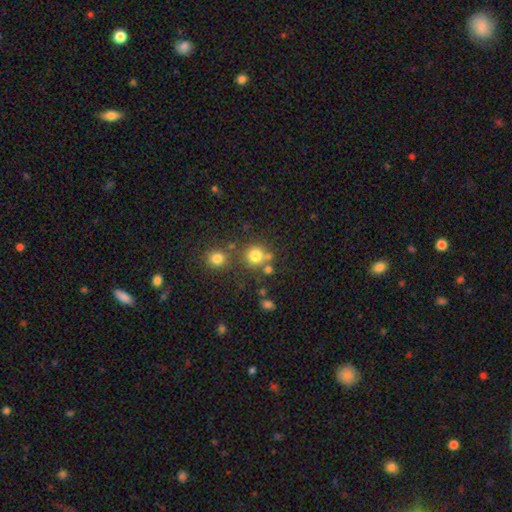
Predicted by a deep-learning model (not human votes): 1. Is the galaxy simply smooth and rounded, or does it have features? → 77% smooth, 14% star or artifact, 9% featured or disk.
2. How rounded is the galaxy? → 91% round, 9% in between, 1% cigar-shaped.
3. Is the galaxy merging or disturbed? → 67% none, 19% merger, 10% minor disturbance, 4% major disturbance.